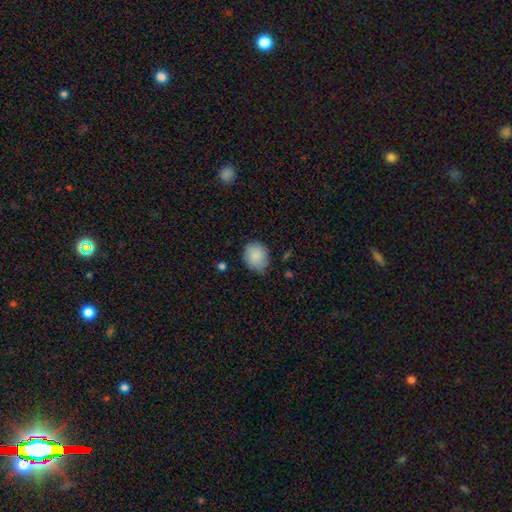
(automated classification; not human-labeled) Overall: smooth (87%). How rounded: round (54%; in between 46%). Merging: none (75%).